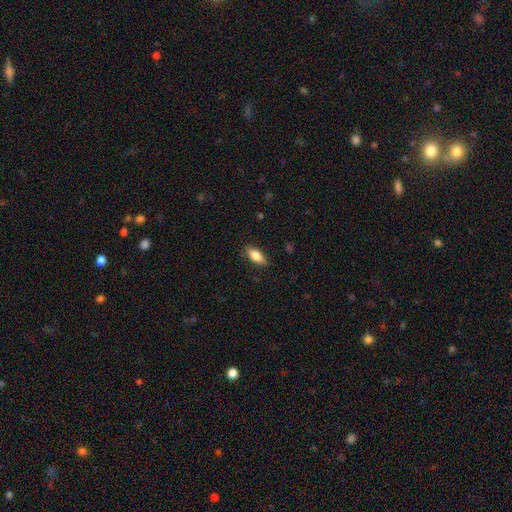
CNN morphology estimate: A smooth galaxy with no disk features (77%) that is in between round and cigar-shaped (81%). Merging: none (85%).